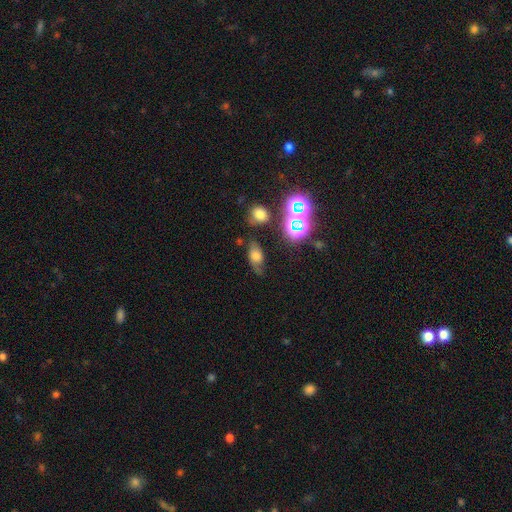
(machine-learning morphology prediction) Smooth or featured?
  - smooth: 51% *
  - featured or disk: 27%
  - star or artifact: 22%
How rounded?
  - in between: 80% *
  - round: 13%
  - cigar-shaped: 7%
Merging?
  - none: 57% *
  - minor disturbance: 27%
  - major disturbance: 12%
  - merger: 5%